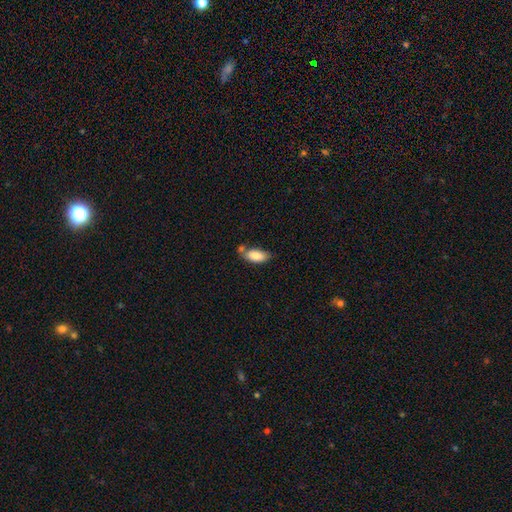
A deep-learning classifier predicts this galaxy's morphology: Smooth or featured: smooth — 84% (featured or disk — 9%)
How rounded: in between — 89% (cigar-shaped — 9%)
Merging: none — 52% (minor disturbance — 23%)